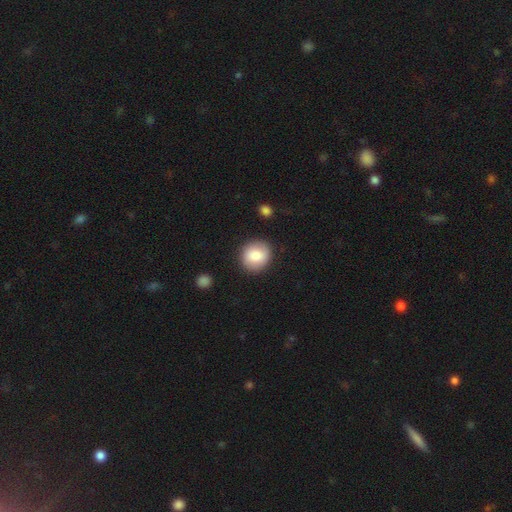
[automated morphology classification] Smooth or featured?
  - smooth: 83% *
  - featured or disk: 10%
  - star or artifact: 7%
How rounded?
  - round: 82% *
  - in between: 17%
  - cigar-shaped: 1%
Merging?
  - none: 87% *
  - minor disturbance: 9%
  - major disturbance: 2%
  - merger: 2%